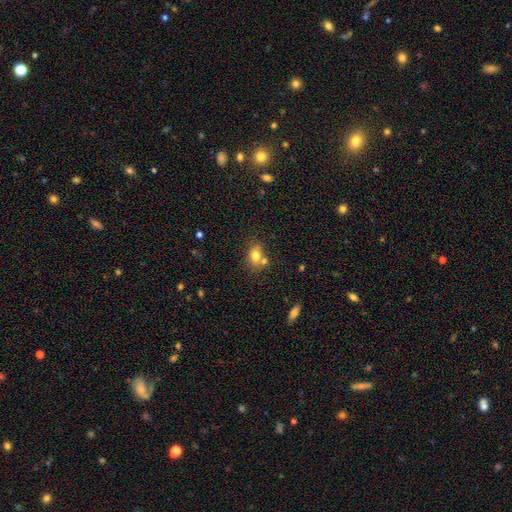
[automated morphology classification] Overall: smooth (76%). How rounded: in between (67%; round 32%). Merging: none (51%; merger 30%).